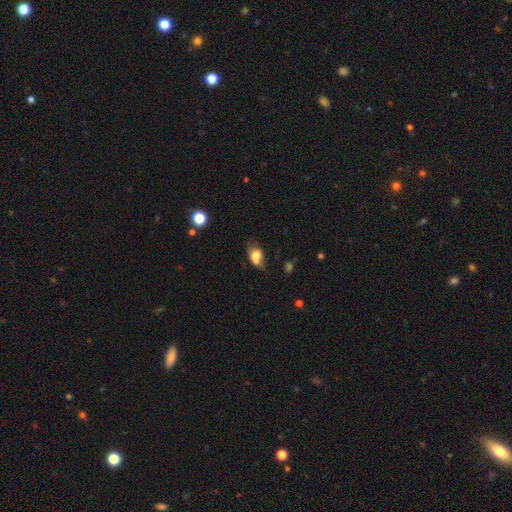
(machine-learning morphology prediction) smooth 74%, featured or disk 16%, star or artifact 10%. Down the decision tree: how rounded — in between (65%); merging — none (38%).